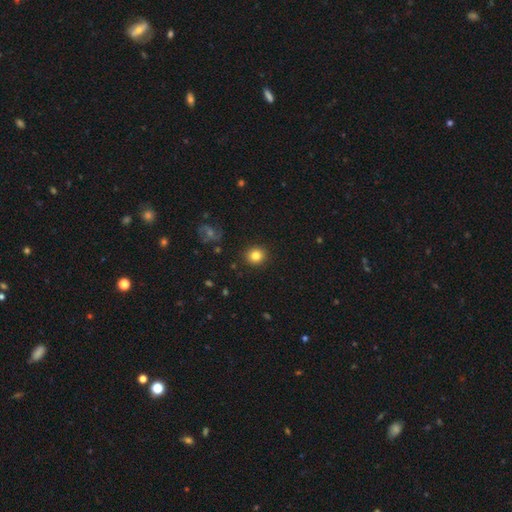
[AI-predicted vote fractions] Smooth or featured: smooth — 82% (star or artifact — 10%)
How rounded: round — 87% (in between — 12%)
Merging: none — 91% (minor disturbance — 6%)